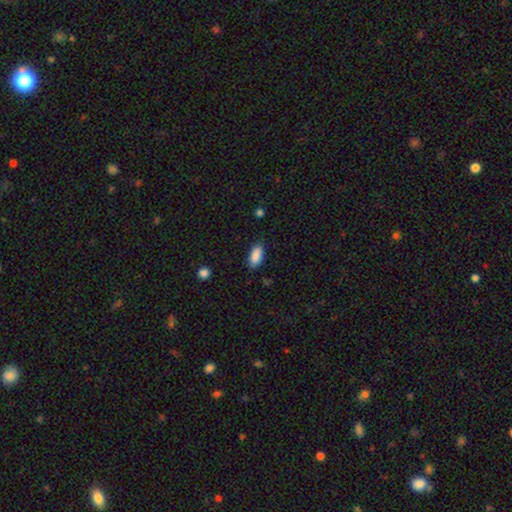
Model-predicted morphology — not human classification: smooth 88%, star or artifact 7%, featured or disk 5%. Down the decision tree: how rounded — in between (88%); merging — none (83%).